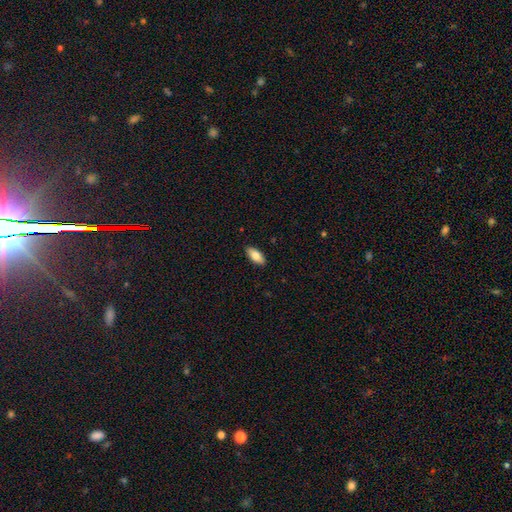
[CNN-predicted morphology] Smooth or featured: smooth — 80% (featured or disk — 14%)
How rounded: in between — 85% (cigar-shaped — 13%)
Merging: none — 89% (minor disturbance — 8%)